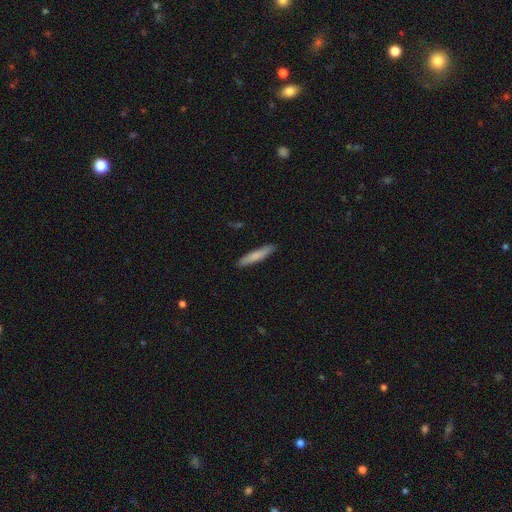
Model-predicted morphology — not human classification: smooth 75%, featured or disk 19%, star or artifact 5%. Down the decision tree: how rounded — cigar-shaped (91%); merging — none (89%).